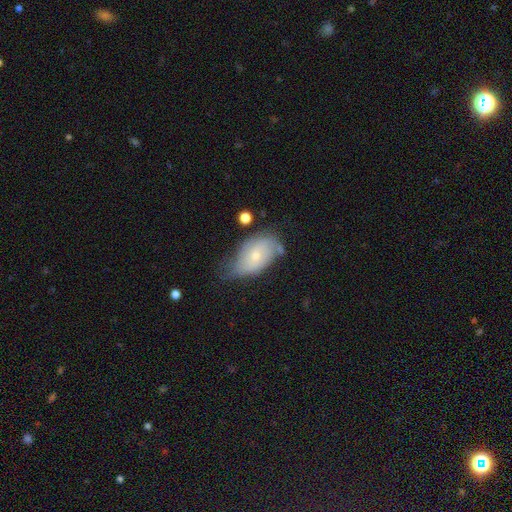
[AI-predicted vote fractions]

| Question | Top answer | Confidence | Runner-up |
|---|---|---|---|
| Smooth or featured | featured or disk | 53% | smooth (39%) |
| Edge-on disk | no | 94% | yes (6%) |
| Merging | none | 45% | minor disturbance (37%) |